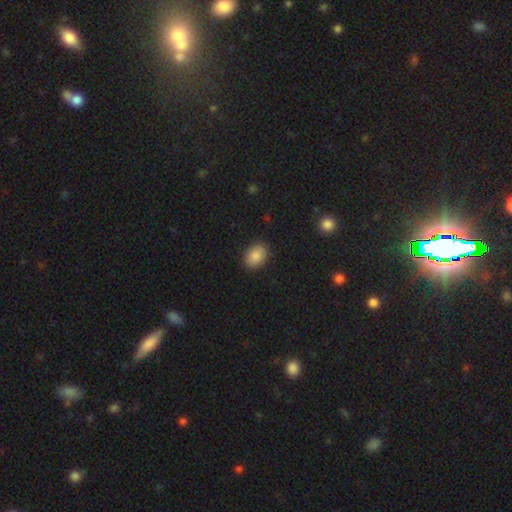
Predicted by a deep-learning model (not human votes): Smooth or featured?
  - smooth: 86% *
  - star or artifact: 8%
  - featured or disk: 6%
How rounded?
  - in between: 73% *
  - round: 26%
  - cigar-shaped: 1%
Merging?
  - none: 89% *
  - minor disturbance: 8%
  - major disturbance: 2%
  - merger: 1%